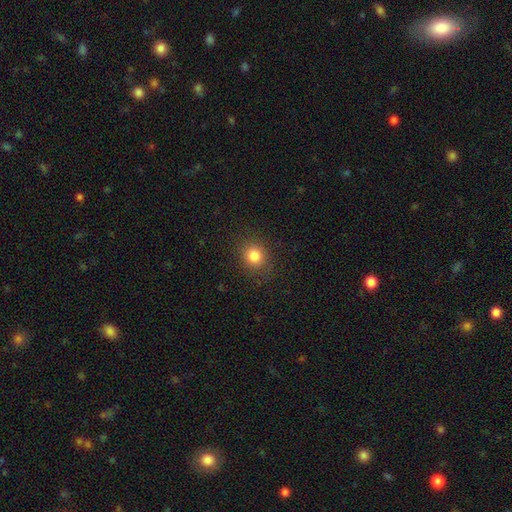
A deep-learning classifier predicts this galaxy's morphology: The model was most divided on "how rounded": round: 77%, in between: 22%, cigar-shaped: 1%. More confident: merging — none (86%); smooth or featured — smooth (83%).